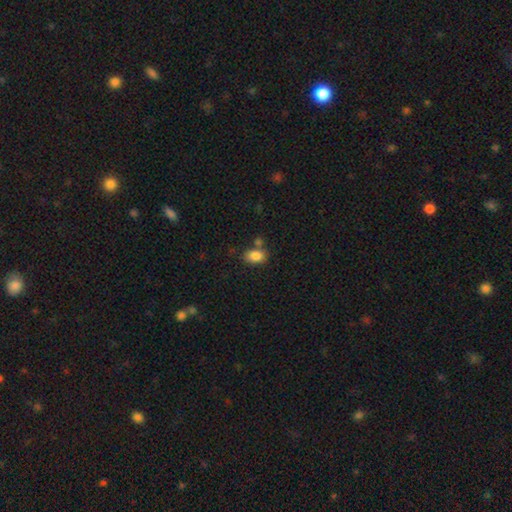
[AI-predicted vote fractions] A smooth galaxy with no disk features (86%) that is in between round and cigar-shaped (84%). Merging: none (65%).